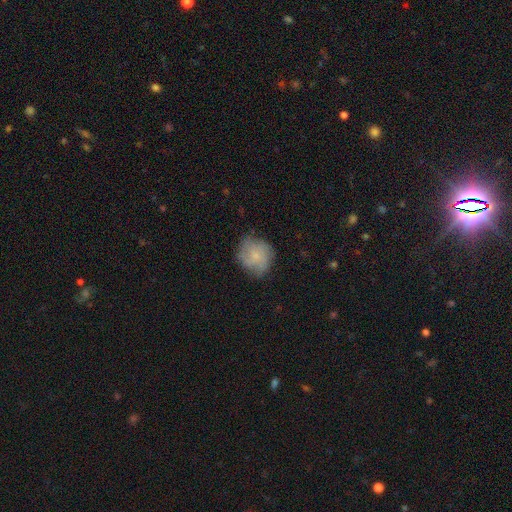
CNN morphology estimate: A smooth galaxy with no disk features (56%) that is round (83%).

Vote fractions:
- Smooth or featured? smooth: 56% / featured or disk: 35% / star or artifact: 8%
- How rounded? round: 83% / in between: 16% / cigar-shaped: 1%
- Merging? none: 68% / minor disturbance: 24% / major disturbance: 7% / merger: 1%